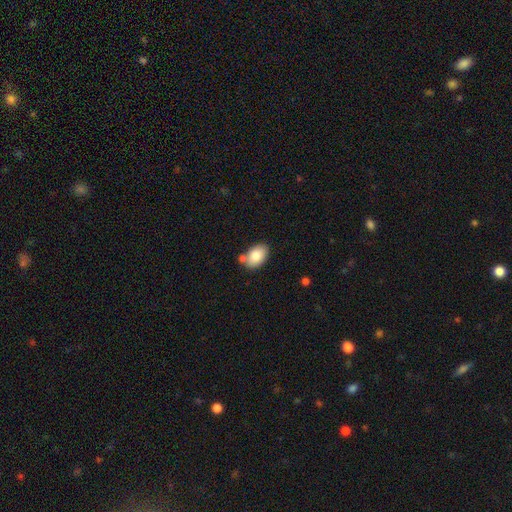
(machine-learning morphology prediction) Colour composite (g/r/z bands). It shows a smooth galaxy with no disk features (82%) that is in between round and cigar-shaped (87%). Merging: none (69%).